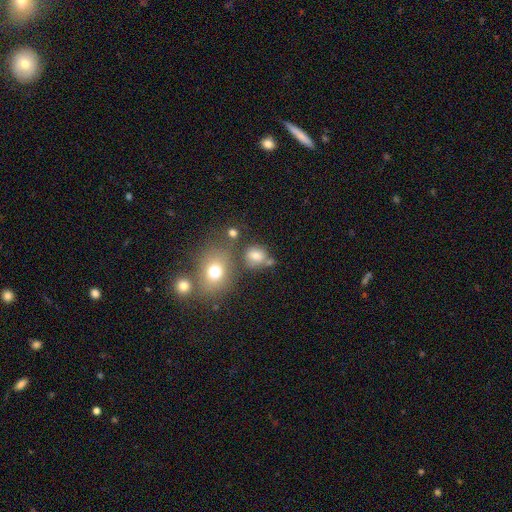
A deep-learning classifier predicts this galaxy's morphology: Q: Smooth or featured?
A: smooth (69%); runner-up: star or artifact (18%)
Q: How rounded?
A: round (71%); runner-up: in between (28%)
Q: Merging?
A: none (61%); runner-up: merger (18%)